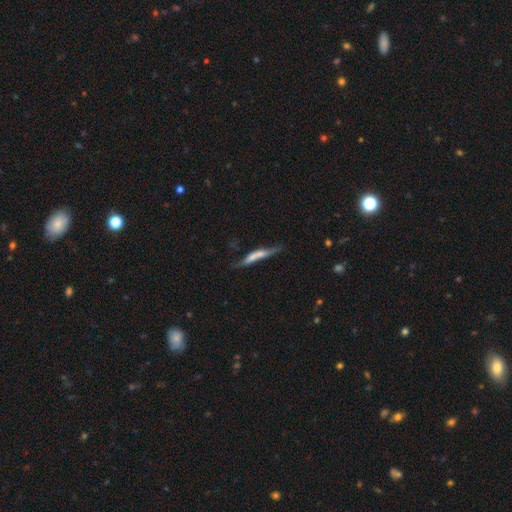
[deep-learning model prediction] Smooth or featured? smooth (46%, tied with featured or disk)
Merging? none (44%)